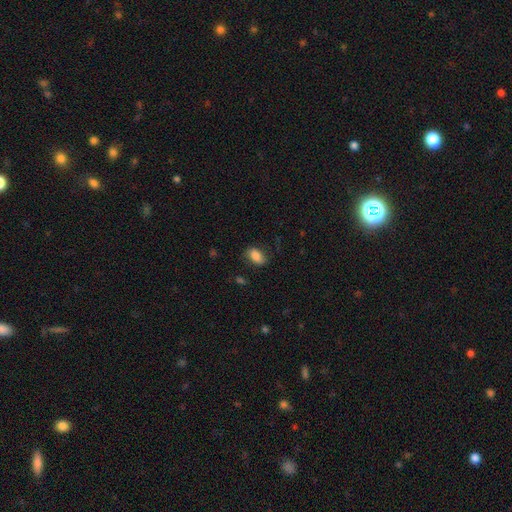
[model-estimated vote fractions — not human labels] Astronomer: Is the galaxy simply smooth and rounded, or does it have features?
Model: smooth — 83%.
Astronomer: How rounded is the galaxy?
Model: in between — 89%.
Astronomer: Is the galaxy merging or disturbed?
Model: none — 71%.